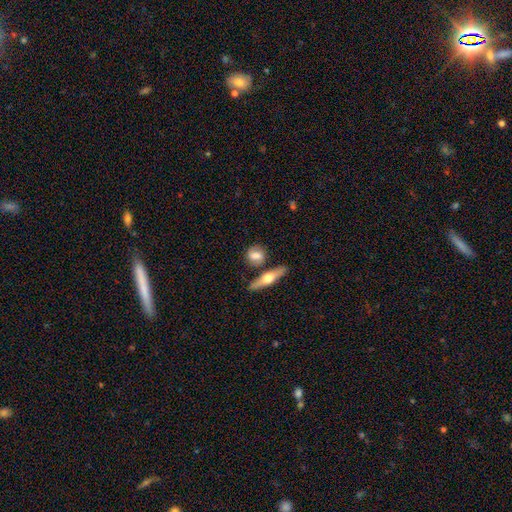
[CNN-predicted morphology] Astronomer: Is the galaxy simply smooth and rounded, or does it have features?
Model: smooth — 61%.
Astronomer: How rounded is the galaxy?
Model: round — 50% (runner-up: in between, 36%).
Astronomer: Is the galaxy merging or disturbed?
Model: none — 72%.